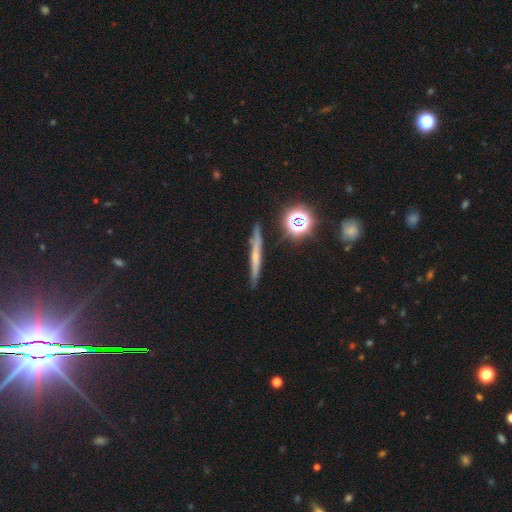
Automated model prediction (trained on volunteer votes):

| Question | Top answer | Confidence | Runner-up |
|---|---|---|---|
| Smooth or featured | featured or disk | 45% | smooth (41%) |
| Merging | none | 86% | minor disturbance (10%) |